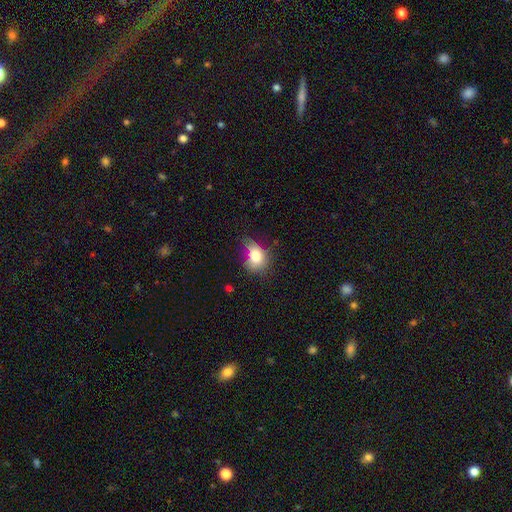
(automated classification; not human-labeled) Smooth or featured: smooth — 76% (featured or disk — 13%)
How rounded: in between — 58% (round — 41%)
Merging: none — 45% (minor disturbance — 35%)